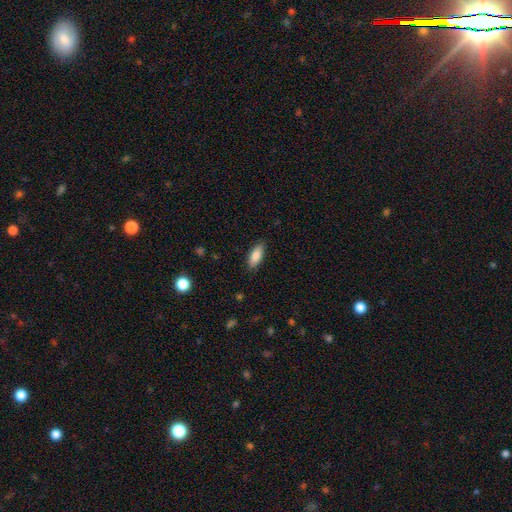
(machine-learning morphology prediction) A smooth galaxy with no disk features (84%) that is in between round and cigar-shaped (74%). Merging: none (86%).